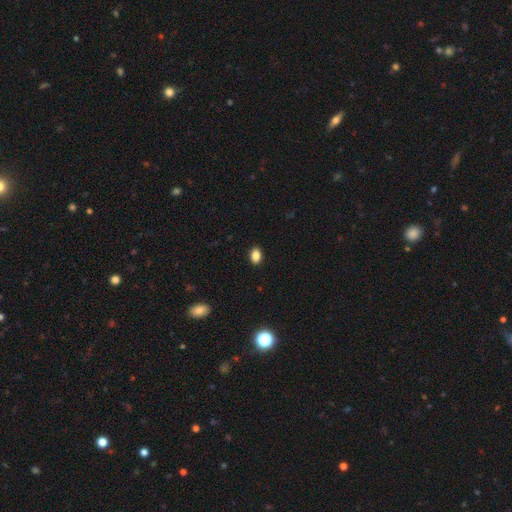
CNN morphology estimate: type=smooth (86%); roundness=in between (84%); merging=none (90%).